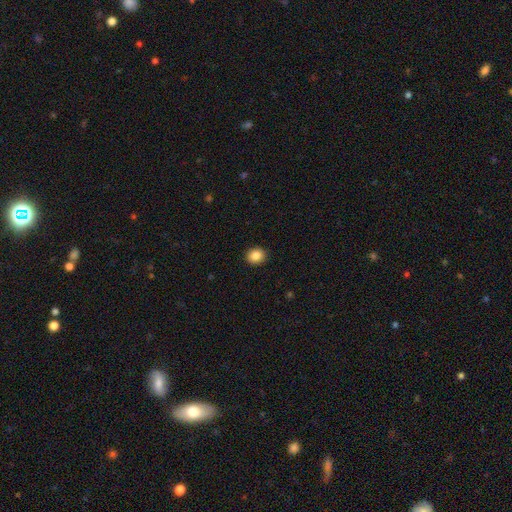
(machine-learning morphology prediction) A smooth galaxy with no disk features (87%) that is round (75%).

Vote fractions:
- Smooth or featured? smooth: 87% / star or artifact: 9% / featured or disk: 4%
- How rounded? round: 75% / in between: 24% / cigar-shaped: 1%
- Merging? none: 92% / minor disturbance: 6% / major disturbance: 2% / merger: 1%